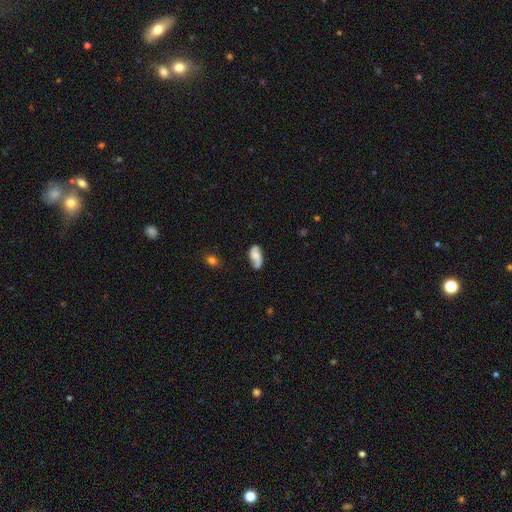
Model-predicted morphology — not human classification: This appears to be a featured or disk galaxy (48%). Merging: none (63%).